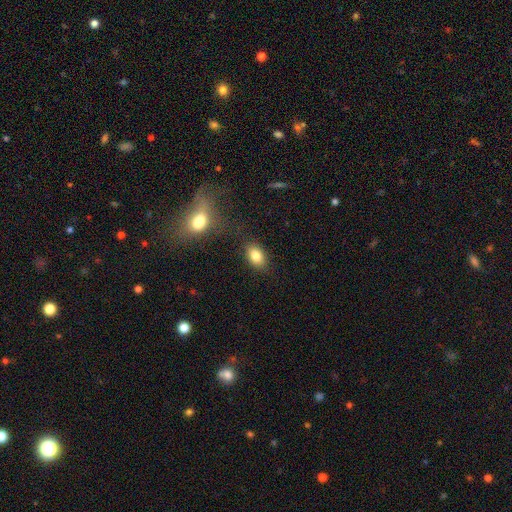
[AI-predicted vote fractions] The model was most divided on "how rounded": in between: 84%, round: 14%, cigar-shaped: 2%. More confident: merging — none (82%); smooth or featured — smooth (82%).